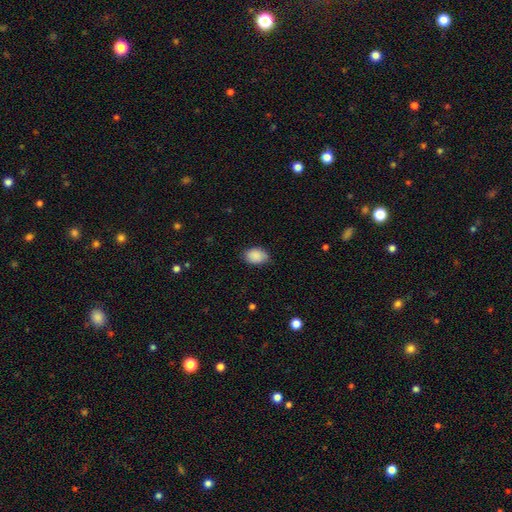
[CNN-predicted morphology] The model was most divided on "merging": none: 76%, minor disturbance: 20%, major disturbance: 3%, merger: 1%. More confident: smooth or featured — smooth (88%); how rounded — in between (78%).